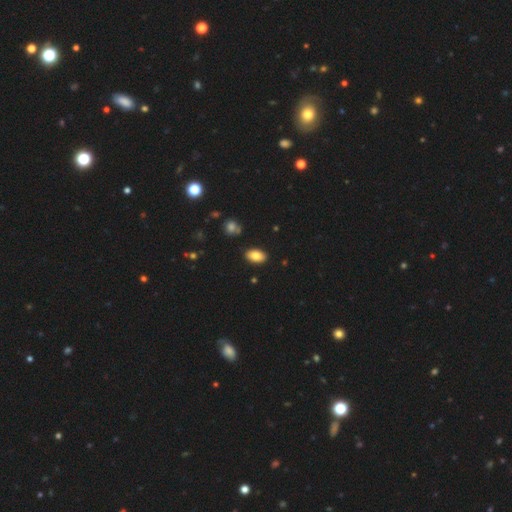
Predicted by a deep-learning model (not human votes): This appears to be a smooth galaxy with no disk features (83%) that is in between round and cigar-shaped (93%). Merging: none (88%).